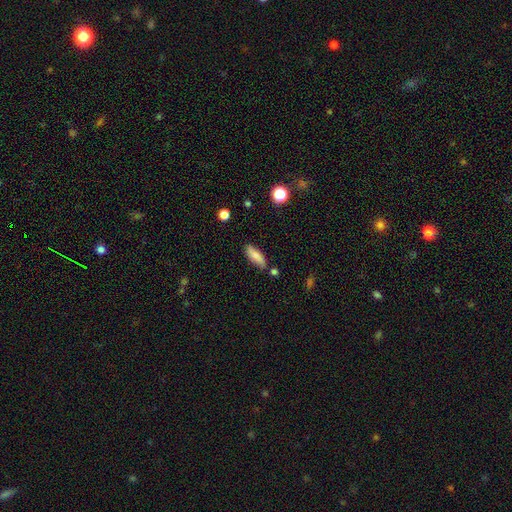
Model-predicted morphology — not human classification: Q: Smooth or featured?
A: smooth (75%); runner-up: featured or disk (18%)
Q: How rounded?
A: in between (63%); runner-up: cigar-shaped (35%)
Q: Merging?
A: none (79%); runner-up: minor disturbance (14%)